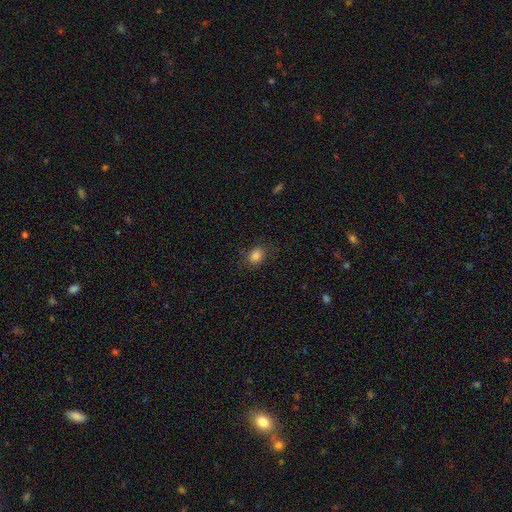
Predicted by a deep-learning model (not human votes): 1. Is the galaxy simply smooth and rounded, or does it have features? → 85% smooth, 11% star or artifact, 5% featured or disk.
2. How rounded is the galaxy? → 64% in between, 35% round, 1% cigar-shaped.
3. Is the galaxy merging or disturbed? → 78% none, 15% minor disturbance, 6% major disturbance, 1% merger.